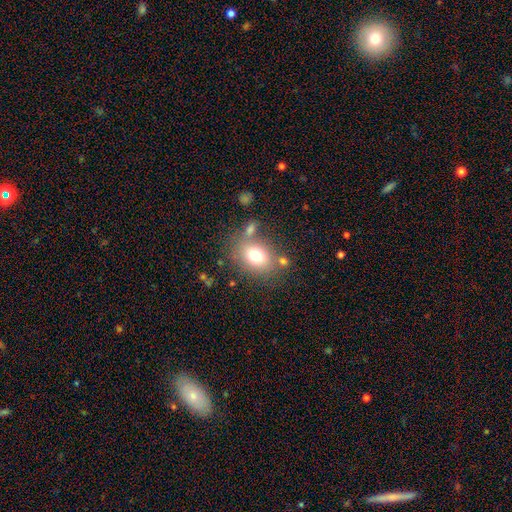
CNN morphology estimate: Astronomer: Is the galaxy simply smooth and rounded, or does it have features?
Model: smooth — 74%.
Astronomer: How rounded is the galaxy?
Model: in between — 58% (runner-up: round, 41%).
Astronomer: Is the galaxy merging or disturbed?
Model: none — 67%.